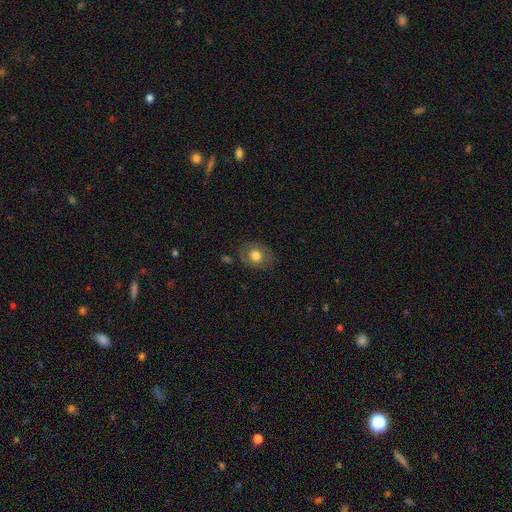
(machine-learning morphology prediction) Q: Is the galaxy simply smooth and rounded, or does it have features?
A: smooth — 76%.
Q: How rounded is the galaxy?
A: in between — 55%.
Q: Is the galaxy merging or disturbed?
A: none — 79%.